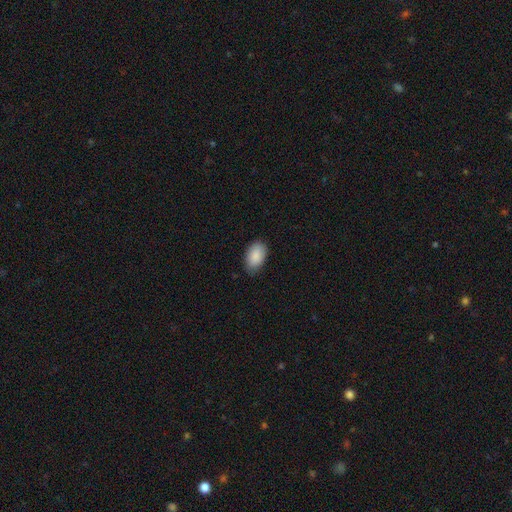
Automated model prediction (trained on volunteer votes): A smooth galaxy with no disk features (89%) that is in between round and cigar-shaped (93%). Merging: none (77%).